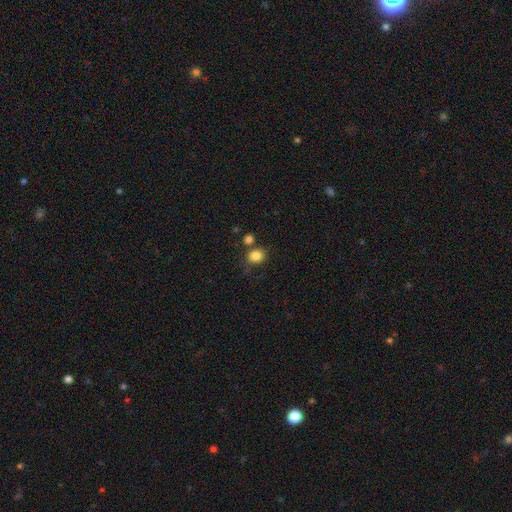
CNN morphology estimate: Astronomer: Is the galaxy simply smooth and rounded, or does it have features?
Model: smooth — 85%.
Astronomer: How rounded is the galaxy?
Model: round — 71%.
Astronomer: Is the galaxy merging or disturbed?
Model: none — 71%.